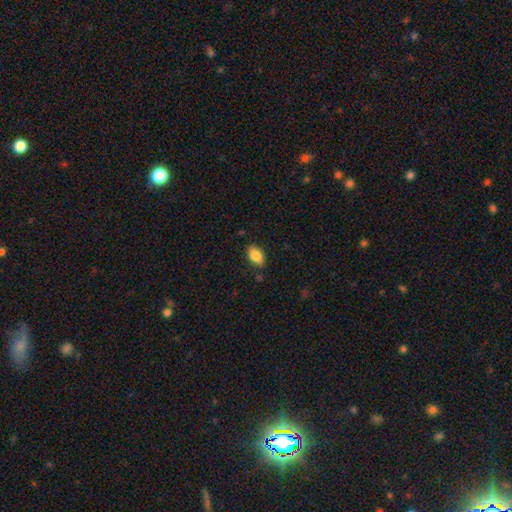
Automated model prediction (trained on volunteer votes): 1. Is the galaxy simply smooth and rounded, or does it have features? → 85% smooth, 8% featured or disk, 7% star or artifact.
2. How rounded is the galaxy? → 90% in between, 8% round, 2% cigar-shaped.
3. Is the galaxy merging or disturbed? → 82% none, 14% minor disturbance, 3% major disturbance, 2% merger.